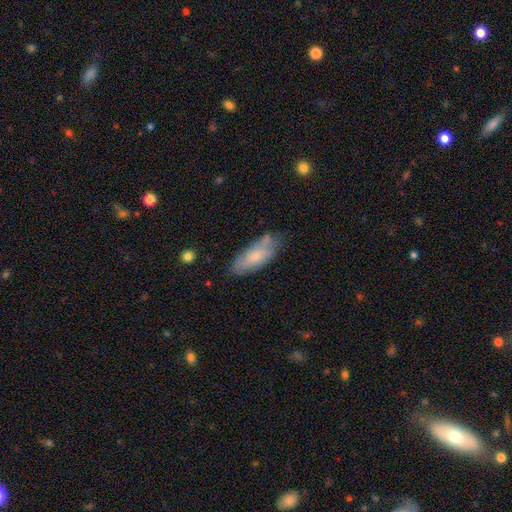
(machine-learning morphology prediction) smooth_or_featured: smooth (p=0.66) [alt: featured or disk p=0.28]
how_rounded: in between (p=0.73) [alt: cigar-shaped p=0.25]
merging: none (p=0.63) [alt: minor disturbance p=0.26]